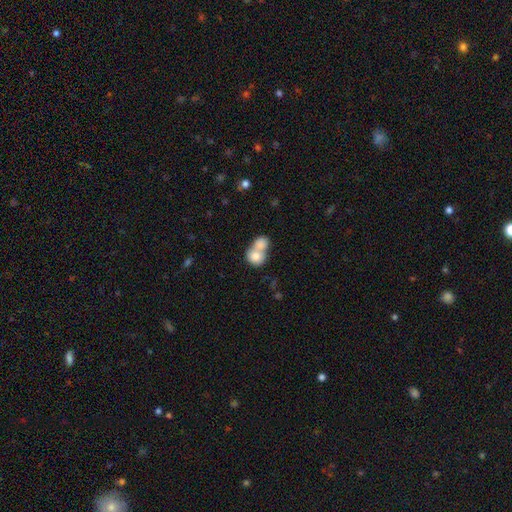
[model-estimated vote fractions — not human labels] Smooth or featured? Predicted: smooth (p=0.80). How rounded? Predicted: round (p=0.67). Merging? Predicted: merger (p=0.72).